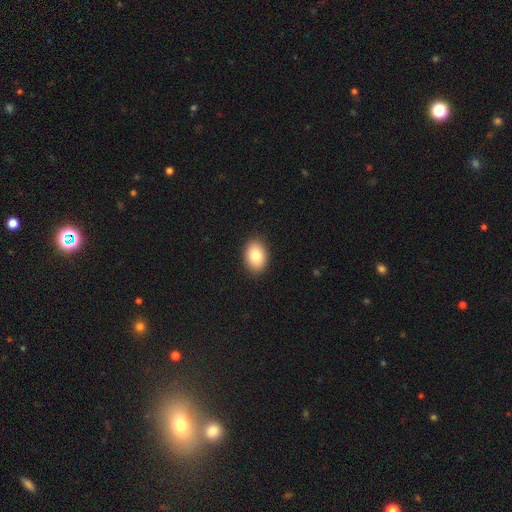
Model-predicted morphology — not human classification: Q: Smooth or featured?
A: smooth (81%); runner-up: featured or disk (11%)
Q: How rounded?
A: in between (79%); runner-up: round (20%)
Q: Merging?
A: none (90%); runner-up: minor disturbance (7%)